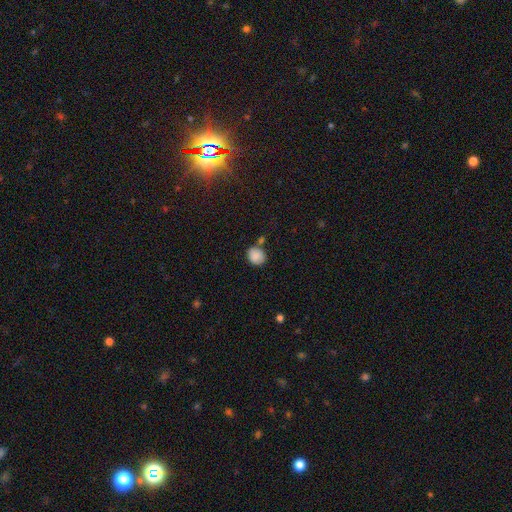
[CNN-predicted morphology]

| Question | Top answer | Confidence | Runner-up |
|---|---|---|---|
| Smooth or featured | smooth | 86% | star or artifact (9%) |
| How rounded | round | 68% | in between (31%) |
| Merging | none | 65% | minor disturbance (17%) |